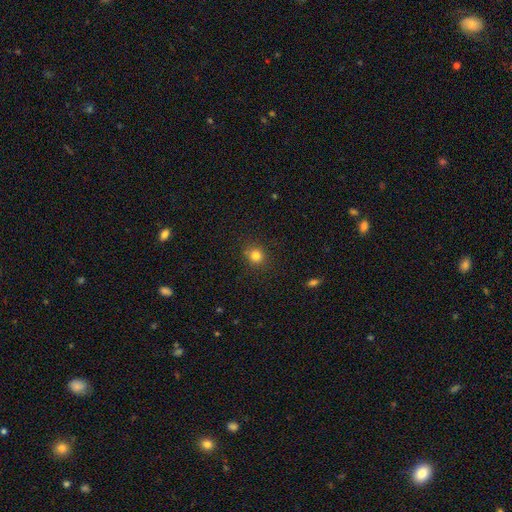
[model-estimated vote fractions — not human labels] A smooth galaxy with no disk features (81%) that is round (87%).

Vote fractions:
- Smooth or featured? smooth: 81% / star or artifact: 13% / featured or disk: 5%
- How rounded? round: 87% / in between: 12% / cigar-shaped: 1%
- Merging? none: 87% / minor disturbance: 9% / major disturbance: 3% / merger: 2%